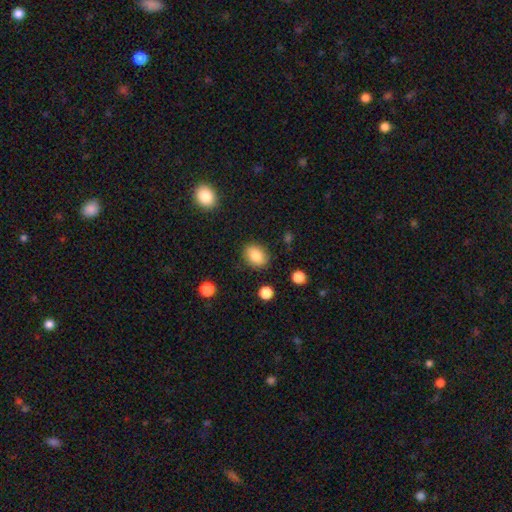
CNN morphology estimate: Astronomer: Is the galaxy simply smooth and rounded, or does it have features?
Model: smooth — 83%.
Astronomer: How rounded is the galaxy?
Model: in between — 68%.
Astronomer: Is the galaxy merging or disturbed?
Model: none — 86%.